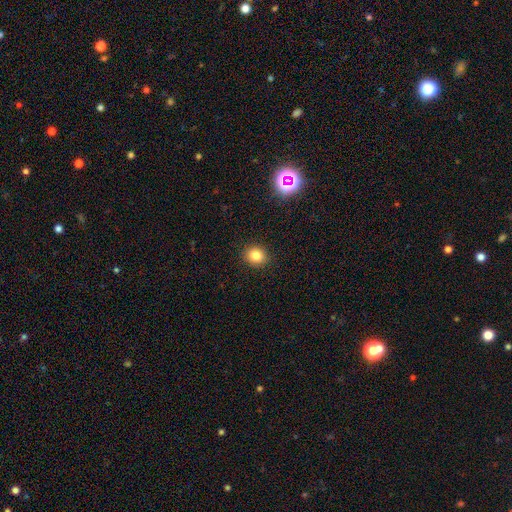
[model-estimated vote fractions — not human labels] A smooth galaxy with no disk features (82%) that is round (74%). Merging: none (91%).